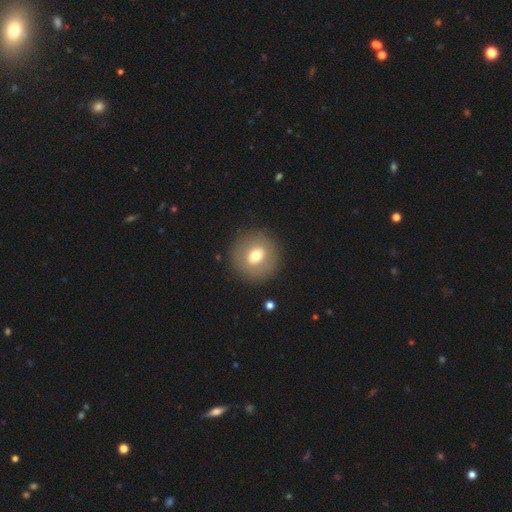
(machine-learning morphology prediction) The model was most divided on "smooth or featured": smooth: 63%, featured or disk: 28%, star or artifact: 9%. More confident: how rounded — round (89%); merging — none (88%).